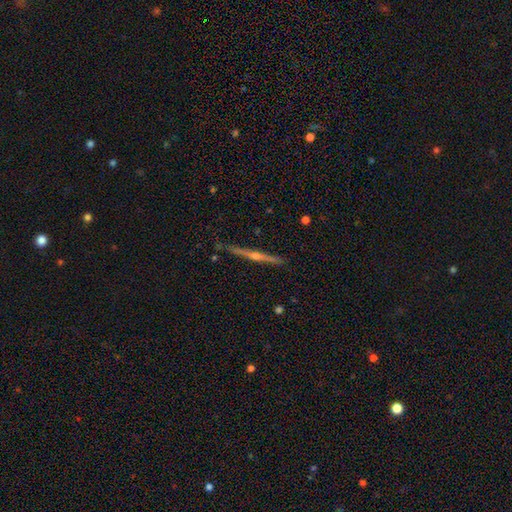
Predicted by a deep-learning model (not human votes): Smooth or featured?
  - featured or disk: 76% *
  - smooth: 14%
  - star or artifact: 9%
Edge-on disk?
  - yes: 97% *
  - no: 3%
Edge-on bulge?
  - rounded: 81% *
  - none: 13%
  - boxy: 6%
Merging?
  - none: 87% *
  - minor disturbance: 9%
  - major disturbance: 2%
  - merger: 2%